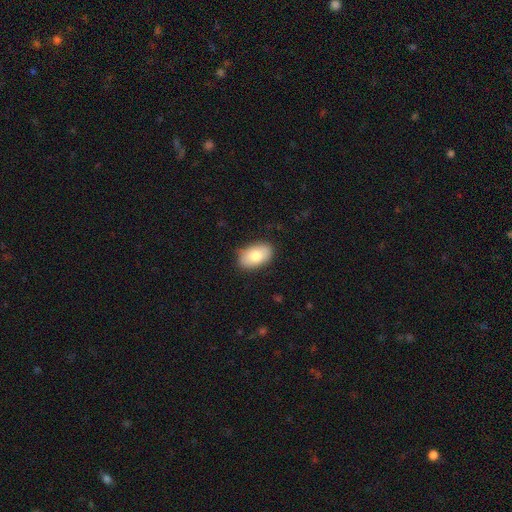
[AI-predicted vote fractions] This is likely a smooth galaxy (77%). How rounded: clearly in between (91%). Merging: clearly none (84%).